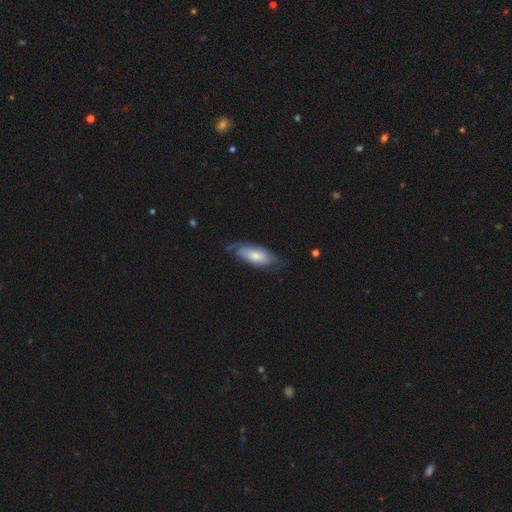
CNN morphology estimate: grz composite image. It shows a smooth galaxy with no disk features (60%) that is in between round and cigar-shaped (78%). Merging: none (61%).